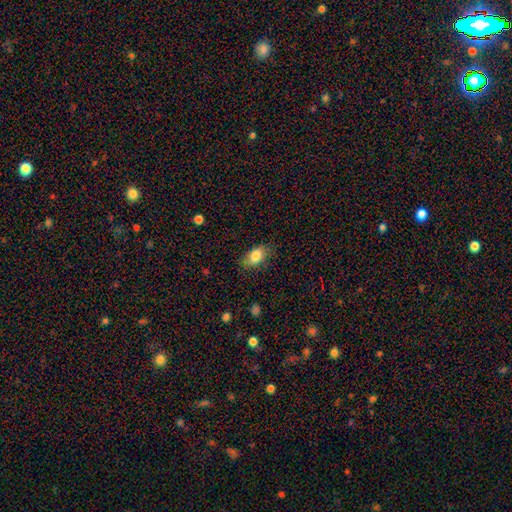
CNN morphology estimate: smooth-or-featured: smooth: 82% | featured or disk: 10% | star or artifact: 8%
  how-rounded: in between: 88% | round: 9% | cigar-shaped: 3%
  merging: none: 78% | minor disturbance: 17% | major disturbance: 4% | merger: 1%